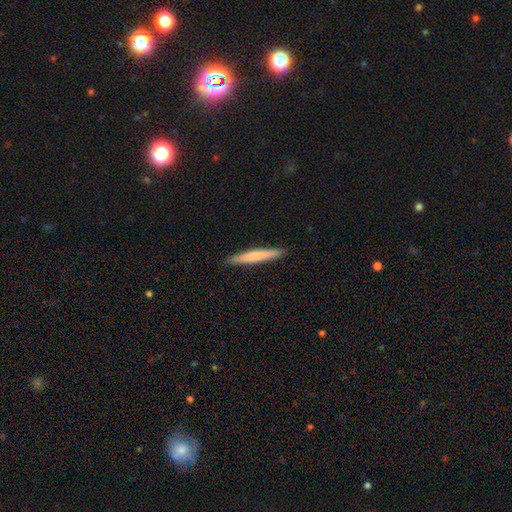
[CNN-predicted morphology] Q: Smooth or featured?
A: smooth (68%); runner-up: featured or disk (27%)
Q: How rounded?
A: cigar-shaped (95%); runner-up: in between (3%)
Q: Merging?
A: none (90%); runner-up: minor disturbance (7%)